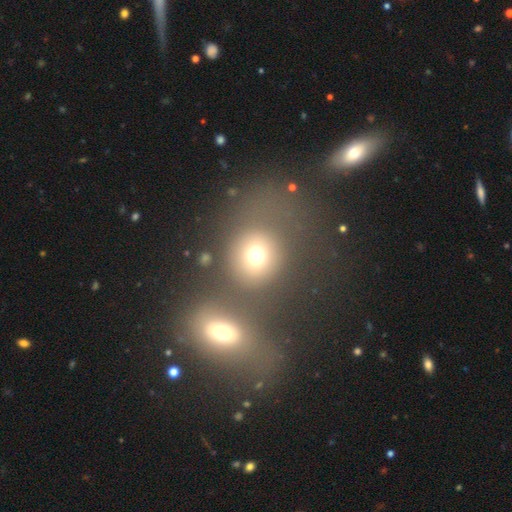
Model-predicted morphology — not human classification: Smooth or featured?
  - smooth: 71% *
  - star or artifact: 15%
  - featured or disk: 14%
How rounded?
  - round: 81% *
  - in between: 18%
  - cigar-shaped: 1%
Merging?
  - none: 57% *
  - merger: 23%
  - minor disturbance: 11%
  - major disturbance: 10%